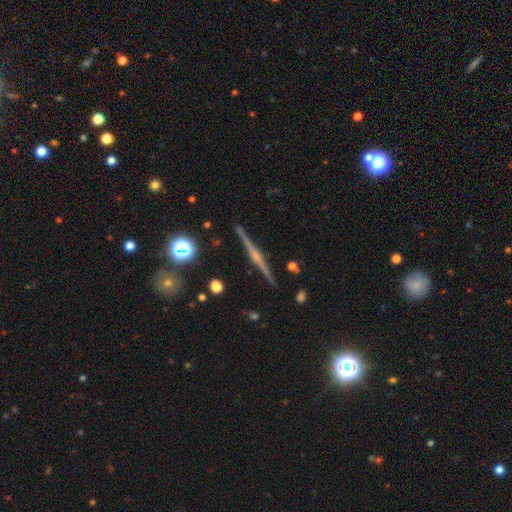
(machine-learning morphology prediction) Smooth or featured? featured or disk (81%)
Edge-on disk? yes (98%)
Edge-on bulge? rounded (72%)
Merging? none (92%)